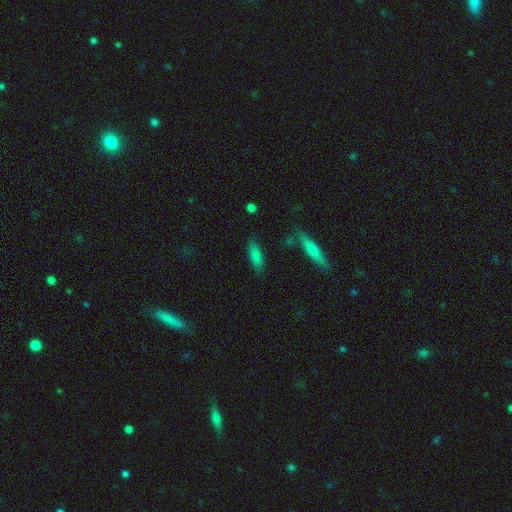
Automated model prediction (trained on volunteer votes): Smooth or featured?
  - smooth: 78% *
  - featured or disk: 14%
  - star or artifact: 8%
How rounded?
  - in between: 57% *
  - cigar-shaped: 41%
  - round: 2%
Merging?
  - none: 80% *
  - minor disturbance: 14%
  - major disturbance: 3%
  - merger: 3%